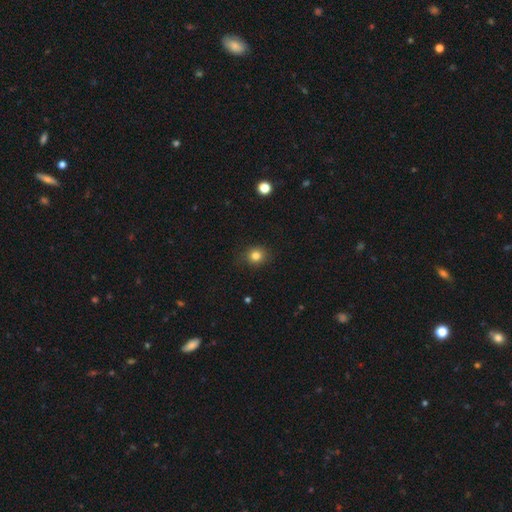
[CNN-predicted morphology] The model was most divided on "how rounded": round: 80%, in between: 19%, cigar-shaped: 1%. More confident: merging — none (84%); smooth or featured — smooth (82%).